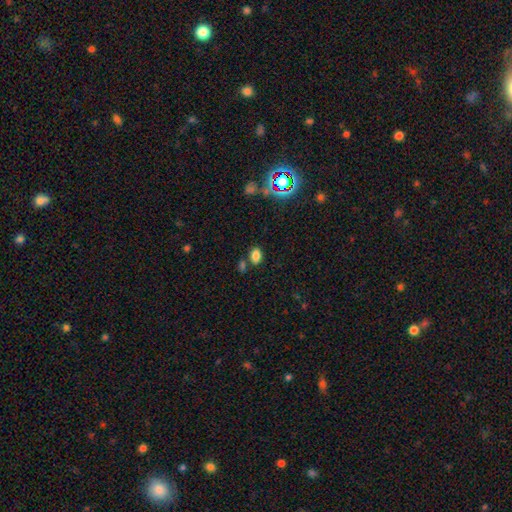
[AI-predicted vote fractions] Smooth or featured? Predicted: smooth (p=0.81). How rounded? Predicted: in between (p=0.81). Merging? Predicted: none (p=0.73).